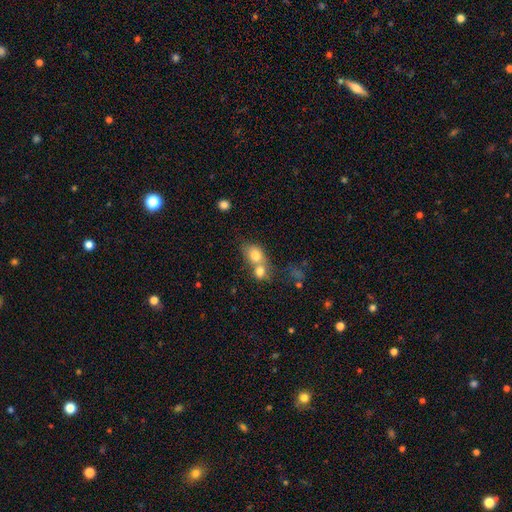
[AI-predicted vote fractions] smooth-or-featured: smooth: 77% | featured or disk: 13% | star or artifact: 10%
  how-rounded: in between: 52% | round: 46% | cigar-shaped: 2%
  merging: merger: 64% | none: 25% | minor disturbance: 7% | major disturbance: 4%